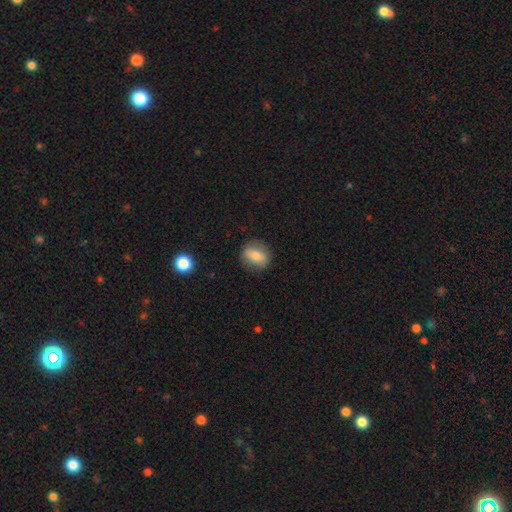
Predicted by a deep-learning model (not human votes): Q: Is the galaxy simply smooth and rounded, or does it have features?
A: smooth — 71%.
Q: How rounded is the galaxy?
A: round — 56%.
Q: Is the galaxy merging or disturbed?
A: none — 84%.